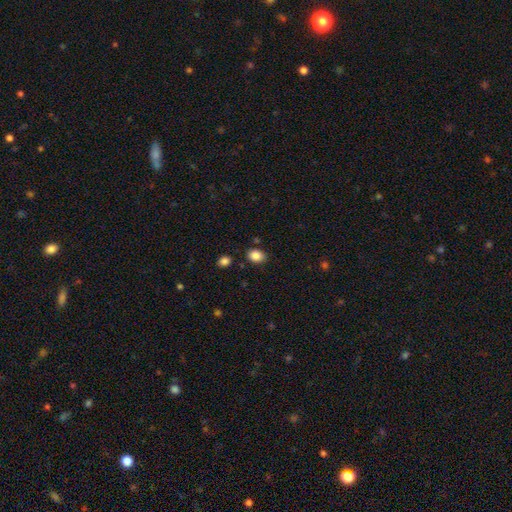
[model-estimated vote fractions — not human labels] The model was most divided on "how rounded": in between: 70%, round: 29%, cigar-shaped: 1%. More confident: smooth or featured — smooth (87%); merging — none (82%).